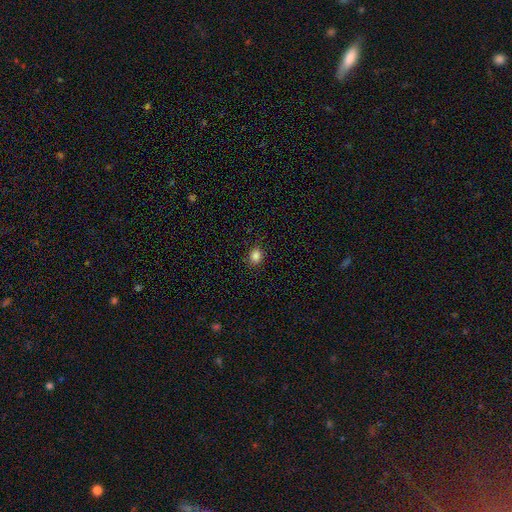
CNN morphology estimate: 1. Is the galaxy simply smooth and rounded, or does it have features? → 85% smooth, 11% star or artifact, 4% featured or disk.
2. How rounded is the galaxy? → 54% in between, 45% round, 1% cigar-shaped.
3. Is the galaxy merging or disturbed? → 87% none, 9% minor disturbance, 2% major disturbance, 1% merger.